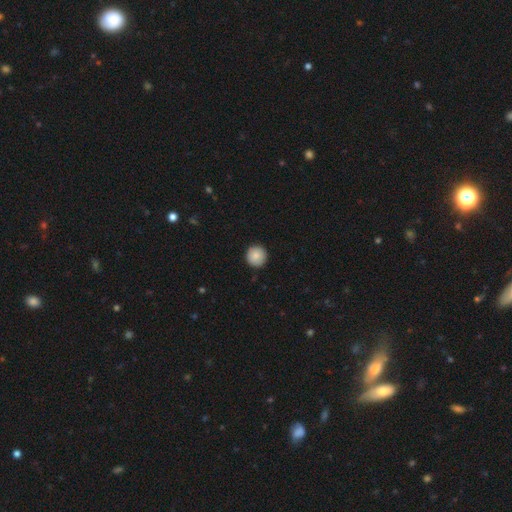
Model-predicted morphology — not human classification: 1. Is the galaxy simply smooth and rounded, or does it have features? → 87% smooth, 7% star or artifact, 5% featured or disk.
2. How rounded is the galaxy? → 96% round, 4% in between, 1% cigar-shaped.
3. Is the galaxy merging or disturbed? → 92% none, 6% minor disturbance, 2% major disturbance, 1% merger.